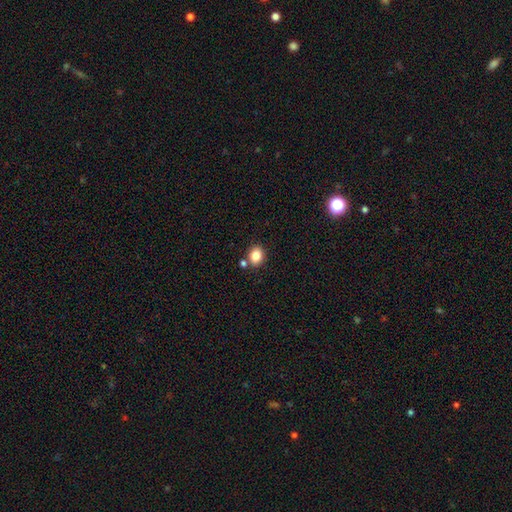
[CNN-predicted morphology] This appears to be a smooth galaxy with no disk features (83%) that is round (55%). Merging: none (77%).